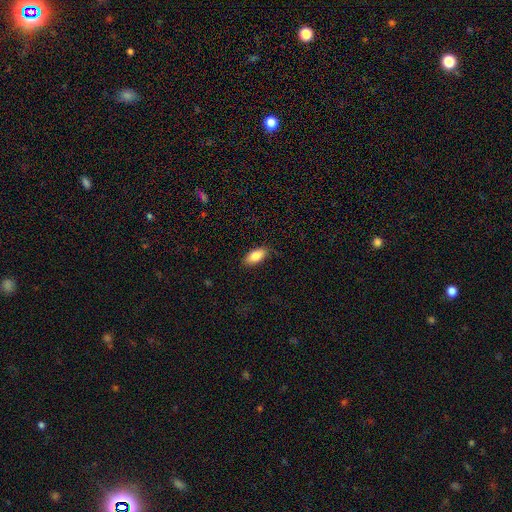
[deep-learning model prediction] This appears to be a smooth galaxy with no disk features (85%) that is in between round and cigar-shaped (89%). Merging: none (85%).